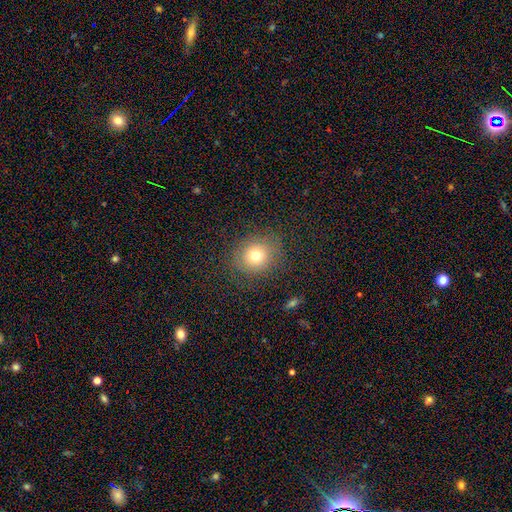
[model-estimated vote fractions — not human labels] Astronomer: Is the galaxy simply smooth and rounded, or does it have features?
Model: smooth — 73%.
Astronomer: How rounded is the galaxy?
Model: round — 79%.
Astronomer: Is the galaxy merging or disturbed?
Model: none — 82%.